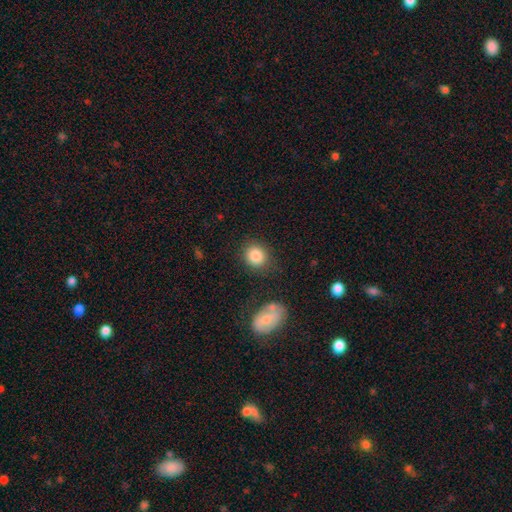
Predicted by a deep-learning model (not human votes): This appears to be a smooth galaxy with no disk features (86%) that is round (80%). Merging: none (81%).